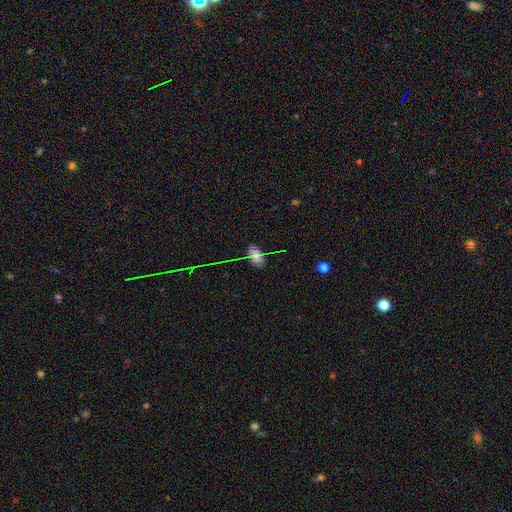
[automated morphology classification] This appears to be a smooth galaxy with no disk features (67%) that is in between round and cigar-shaped (90%). Merging: none (81%).